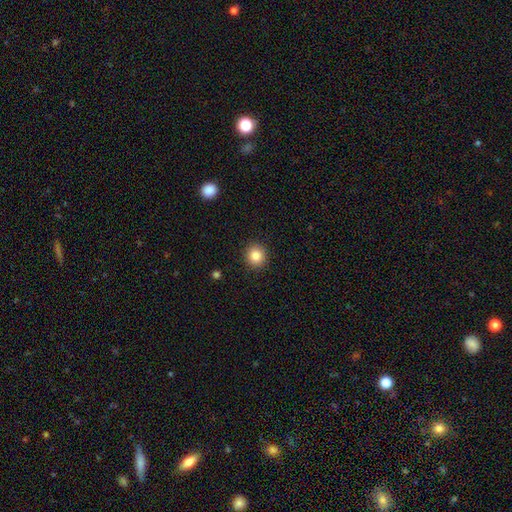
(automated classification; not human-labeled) The model was most divided on "smooth or featured": smooth: 84%, star or artifact: 10%, featured or disk: 6%. More confident: merging — none (92%); how rounded — round (91%).